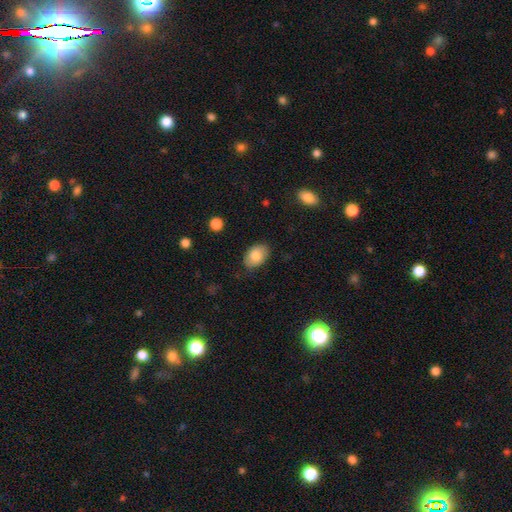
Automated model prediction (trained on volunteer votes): The model was most divided on "merging": none: 79%, minor disturbance: 17%, major disturbance: 3%, merger: 1%. More confident: how rounded — in between (86%); smooth or featured — smooth (80%).